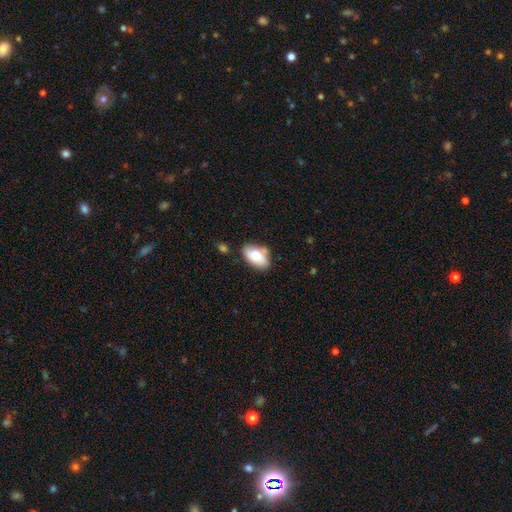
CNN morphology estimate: A smooth galaxy with no disk features (81%) that is in between round and cigar-shaped (92%). Merging: none (63%).